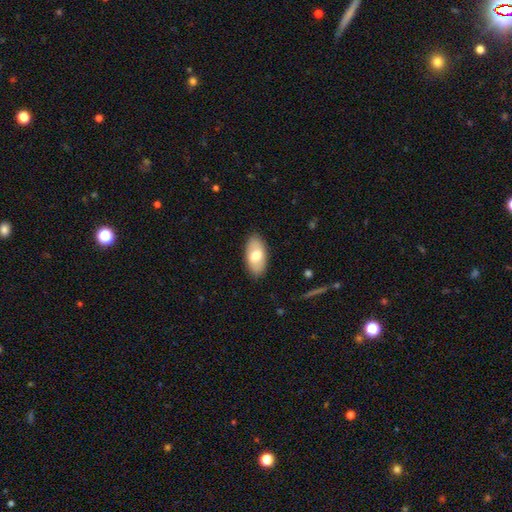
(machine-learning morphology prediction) Smooth or featured? smooth (70%)
How rounded? in between (94%)
Merging? none (87%)